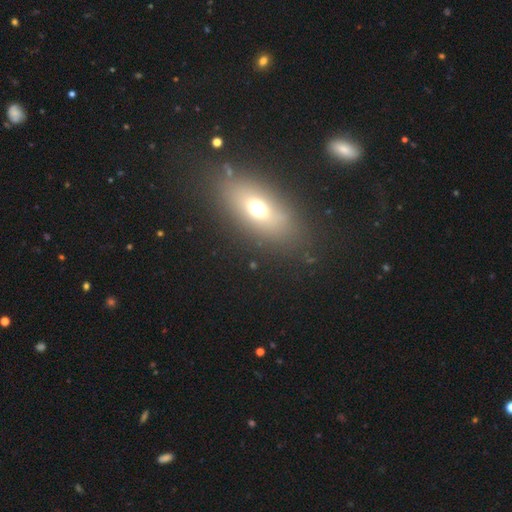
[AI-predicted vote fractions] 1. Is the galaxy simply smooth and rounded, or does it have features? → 53% smooth, 28% featured or disk, 19% star or artifact.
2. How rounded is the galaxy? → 72% in between, 18% cigar-shaped, 10% round.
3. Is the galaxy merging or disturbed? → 84% none, 10% minor disturbance, 4% major disturbance, 2% merger.